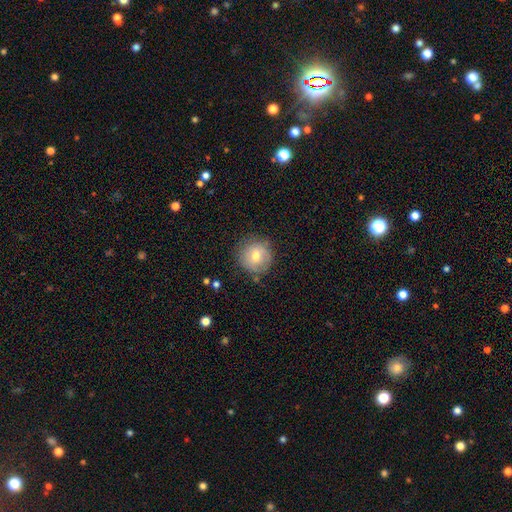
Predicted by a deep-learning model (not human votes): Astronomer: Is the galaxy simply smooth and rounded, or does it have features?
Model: smooth — 68%.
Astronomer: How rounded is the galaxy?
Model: round — 93%.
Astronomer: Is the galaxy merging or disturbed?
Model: none — 78%.